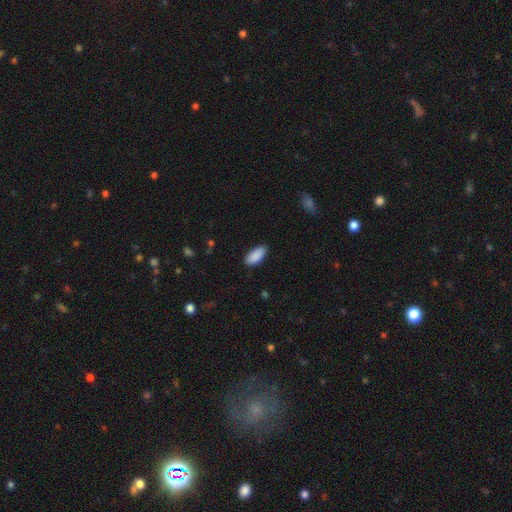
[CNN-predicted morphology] Smooth or featured?
  - smooth: 90% *
  - star or artifact: 6%
  - featured or disk: 4%
How rounded?
  - in between: 91% *
  - cigar-shaped: 8%
  - round: 2%
Merging?
  - none: 87% *
  - minor disturbance: 10%
  - major disturbance: 2%
  - merger: 1%